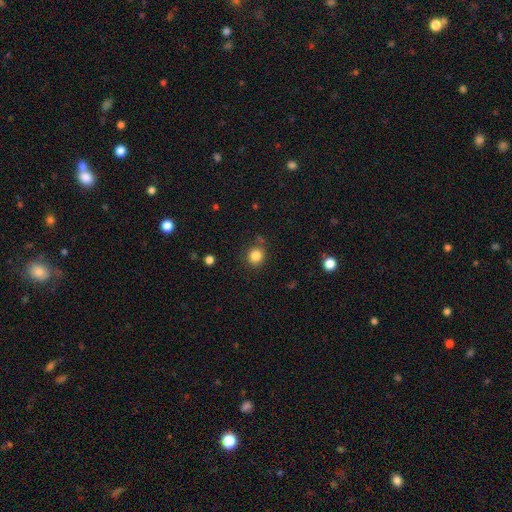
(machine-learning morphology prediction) A smooth galaxy with no disk features (84%) that is round (89%).

Vote fractions:
- Smooth or featured? smooth: 84% / star or artifact: 11% / featured or disk: 5%
- How rounded? round: 89% / in between: 10% / cigar-shaped: 1%
- Merging? none: 82% / minor disturbance: 11% / merger: 4% / major disturbance: 3%